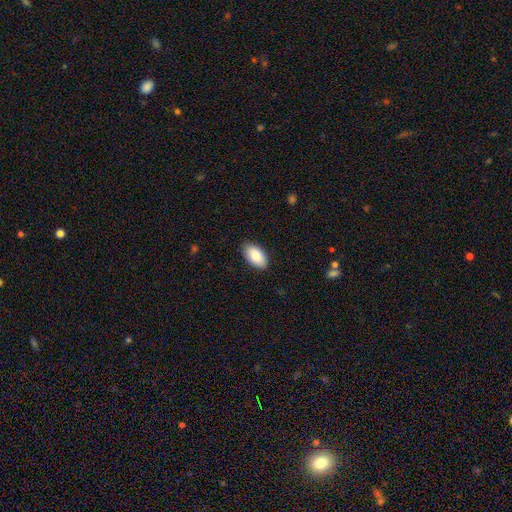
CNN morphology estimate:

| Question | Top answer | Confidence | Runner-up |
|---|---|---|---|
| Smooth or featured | smooth | 84% | featured or disk (10%) |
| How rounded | in between | 95% | round (3%) |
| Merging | none | 88% | minor disturbance (9%) |